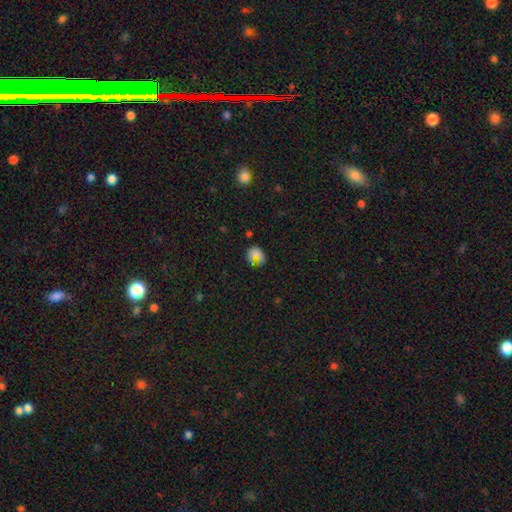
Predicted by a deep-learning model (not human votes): The model was most divided on "merging": none: 50%, major disturbance: 23%, minor disturbance: 21%, merger: 7%. More confident: how rounded — round (66%); smooth or featured — smooth (54%).